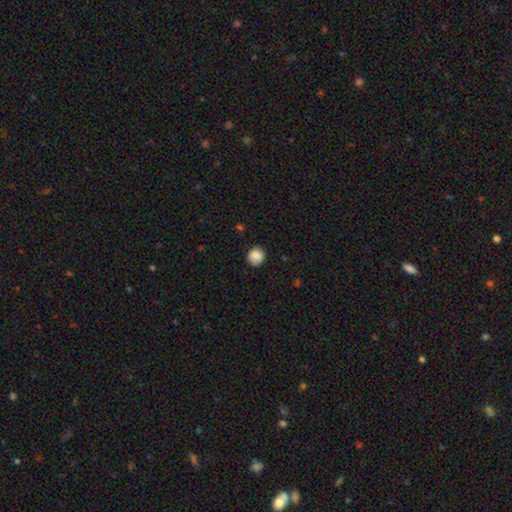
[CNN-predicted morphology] smooth 86%, star or artifact 8%, featured or disk 5%. Down the decision tree: how rounded — round (87%); merging — none (88%).